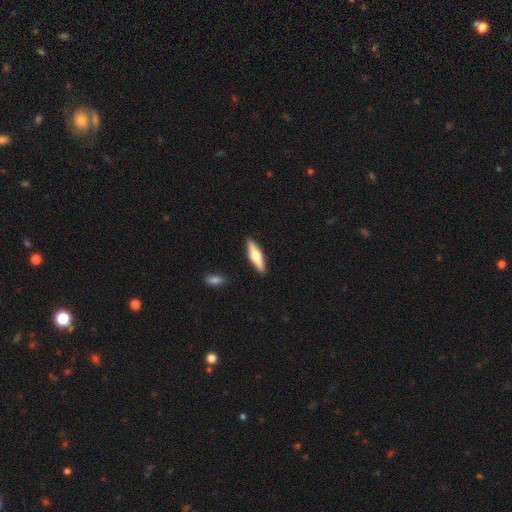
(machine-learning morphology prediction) This is possibly a featured or disk galaxy (51%). It is clearly viewed edge-on (94%). Merging: clearly none (90%).